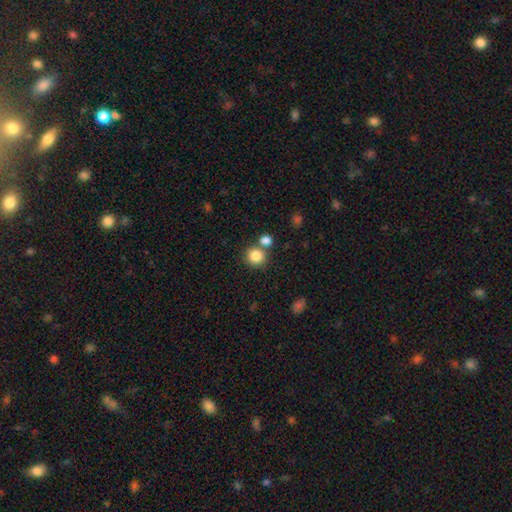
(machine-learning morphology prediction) The model was most divided on "merging": none: 66%, merger: 23%, minor disturbance: 8%, major disturbance: 3%. More confident: how rounded — round (87%); smooth or featured — smooth (84%).